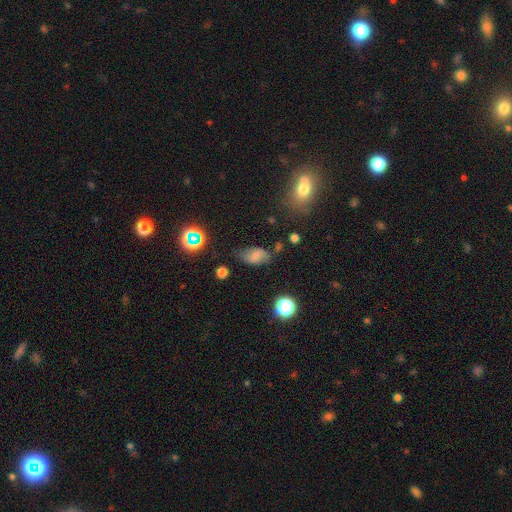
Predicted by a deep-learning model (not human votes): Morphology: type=smooth (64%); roundness=in between (88%); merging=none (64%).